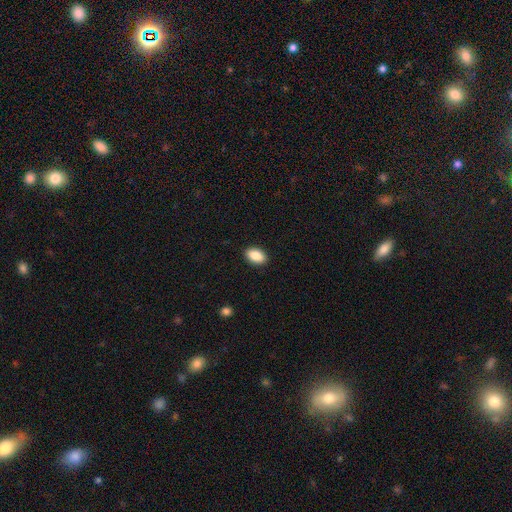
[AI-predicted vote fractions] Smooth or featured? Predicted: smooth (p=0.88). How rounded? Predicted: in between (p=0.91). Merging? Predicted: none (p=0.90).